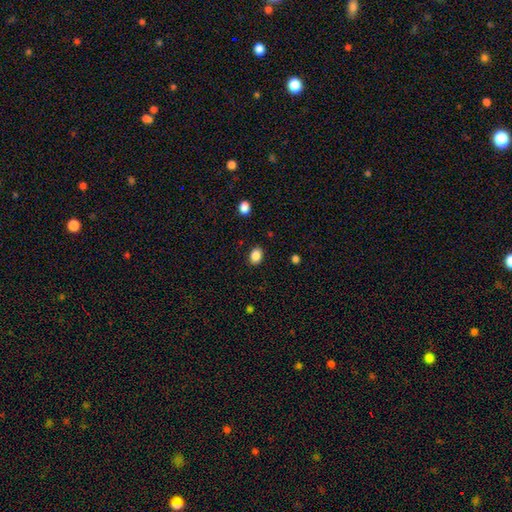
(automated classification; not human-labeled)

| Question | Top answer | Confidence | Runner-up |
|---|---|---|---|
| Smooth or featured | smooth | 87% | star or artifact (9%) |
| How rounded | in between | 64% | round (35%) |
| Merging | none | 87% | minor disturbance (9%) |